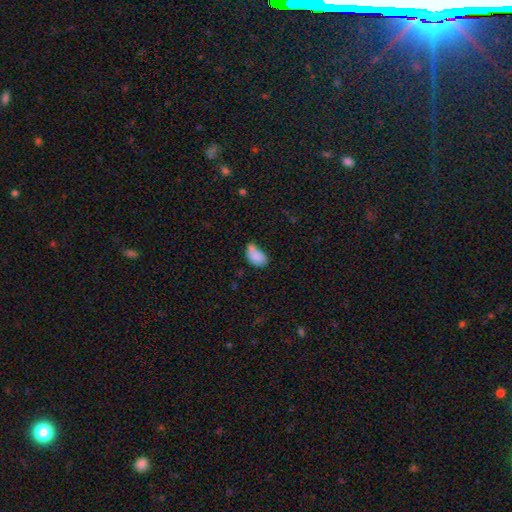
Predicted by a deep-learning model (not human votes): Smooth or featured?
  - smooth: 82% *
  - featured or disk: 10%
  - star or artifact: 9%
How rounded?
  - in between: 89% *
  - round: 9%
  - cigar-shaped: 2%
Merging?
  - none: 35% *
  - minor disturbance: 29%
  - merger: 23%
  - major disturbance: 13%